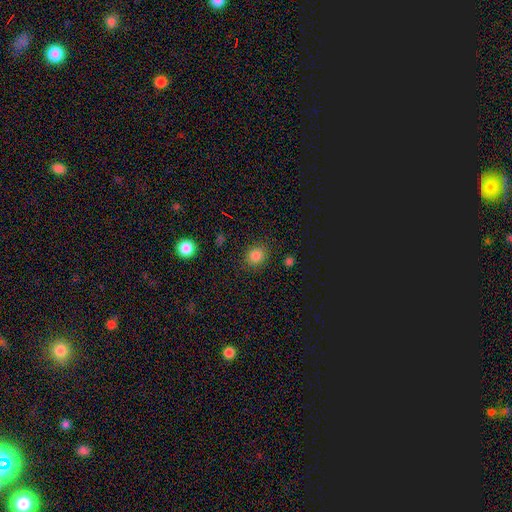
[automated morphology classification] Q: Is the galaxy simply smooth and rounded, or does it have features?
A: smooth — 83%.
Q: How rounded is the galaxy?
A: round — 71%.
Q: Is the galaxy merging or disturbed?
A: none — 86%.